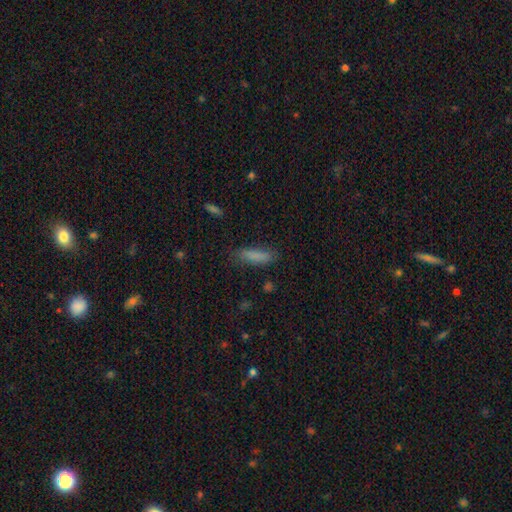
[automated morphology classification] This appears to be a smooth galaxy with no disk features (84%) that is cigar-shaped (64%). Merging: none (79%).